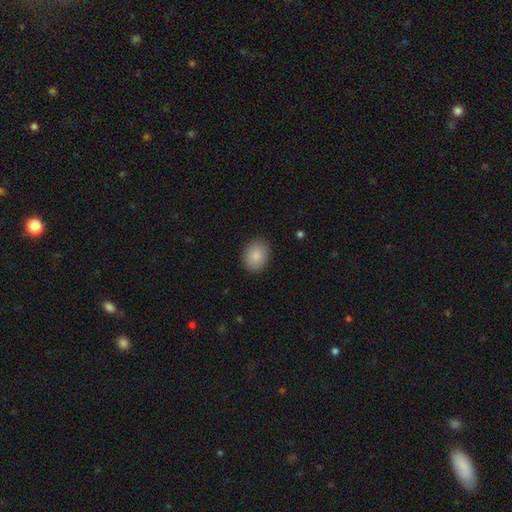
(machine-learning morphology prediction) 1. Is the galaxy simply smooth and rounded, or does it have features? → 87% smooth, 7% star or artifact, 5% featured or disk.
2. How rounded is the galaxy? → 61% in between, 38% round, 1% cigar-shaped.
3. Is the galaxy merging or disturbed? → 88% none, 9% minor disturbance, 2% major disturbance, 1% merger.